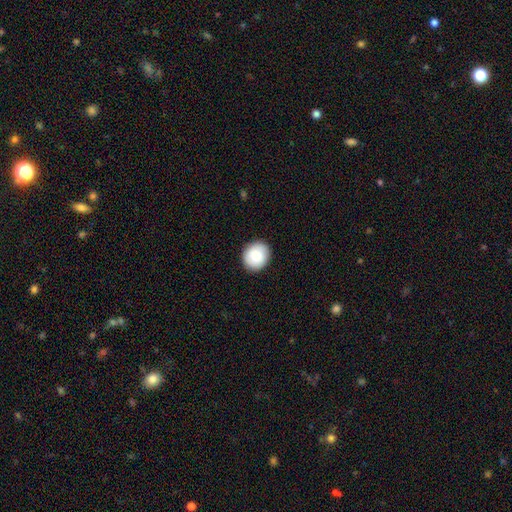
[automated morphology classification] This is likely a smooth galaxy (79%). How rounded: likely round (76%). Merging: clearly none (89%).